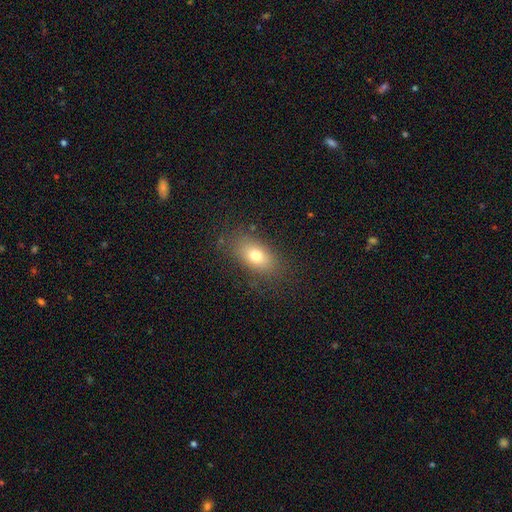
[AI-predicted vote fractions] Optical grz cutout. It shows a smooth galaxy with no disk features (75%) that is in between round and cigar-shaped (86%). Merging: none (82%).